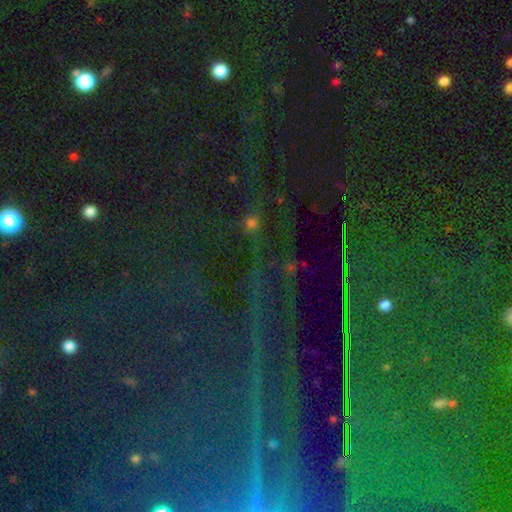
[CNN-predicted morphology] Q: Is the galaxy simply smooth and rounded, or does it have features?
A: star or artifact — 84%.